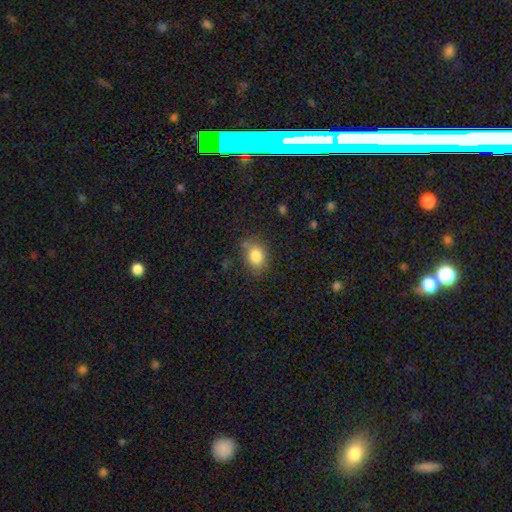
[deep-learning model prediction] This is clearly a smooth galaxy (82%). How rounded: likely in between (62%). Merging: likely none (67%).